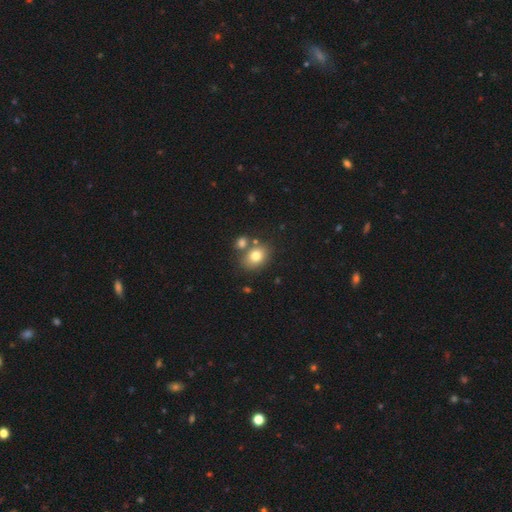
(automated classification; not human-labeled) This appears to be a smooth galaxy with no disk features (79%) that is in between round and cigar-shaped (58%). Merging: none (63%).